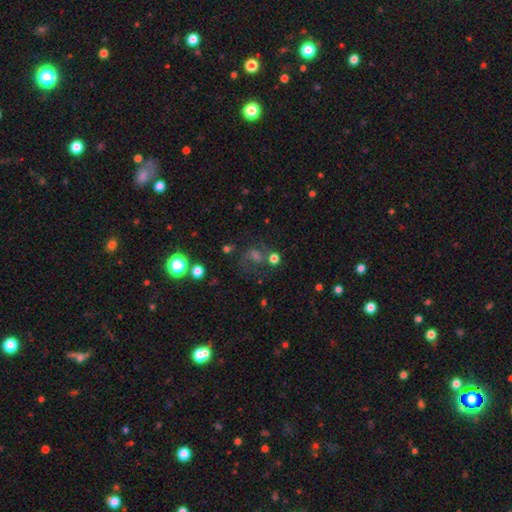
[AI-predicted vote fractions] featured or disk 36% (tied), star or artifact 36% (tied), smooth 28%. Down the decision tree: merging — none (53%).